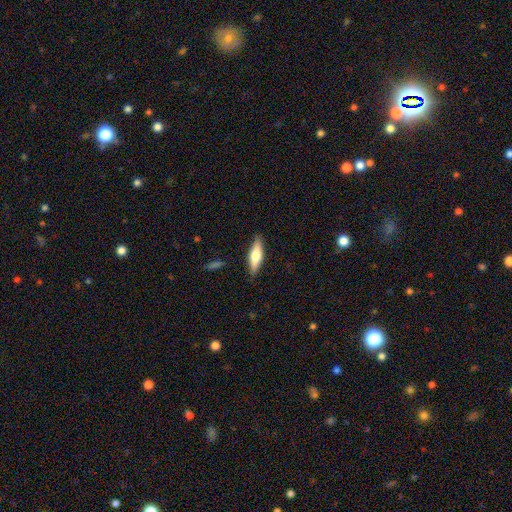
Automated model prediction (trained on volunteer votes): Smooth or featured: smooth — 60% (featured or disk — 34%)
How rounded: cigar-shaped — 53% (in between — 45%)
Merging: none — 86% (minor disturbance — 10%)